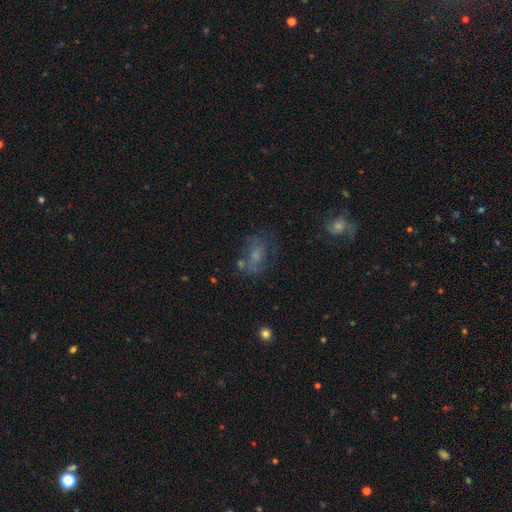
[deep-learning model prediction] smooth_or_featured: featured or disk (p=0.43) [alt: smooth p=0.38]
merging: none (p=0.51) [alt: minor disturbance p=0.20]